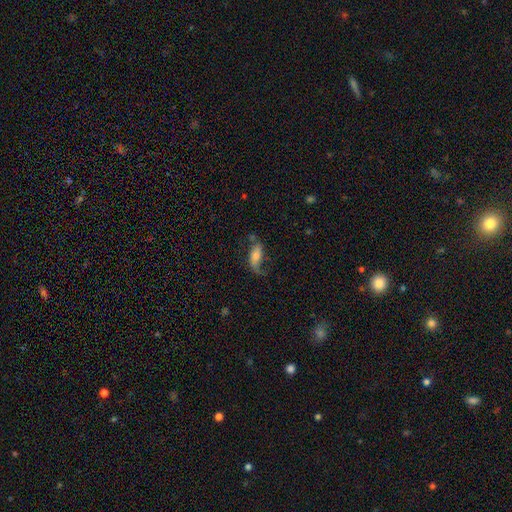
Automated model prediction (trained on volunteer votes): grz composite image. It shows a smooth galaxy with no disk features (49%). Merging: none (47%).